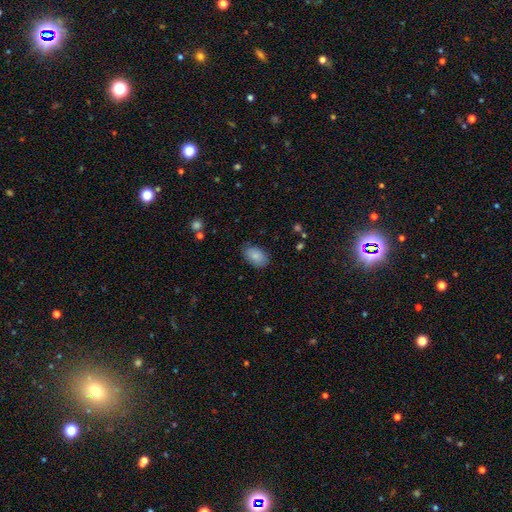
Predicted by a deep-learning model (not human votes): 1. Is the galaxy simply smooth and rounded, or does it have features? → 87% smooth, 7% star or artifact, 6% featured or disk.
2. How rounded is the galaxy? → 90% in between, 8% round, 1% cigar-shaped.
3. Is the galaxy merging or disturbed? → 83% none, 13% minor disturbance, 3% major disturbance, 1% merger.